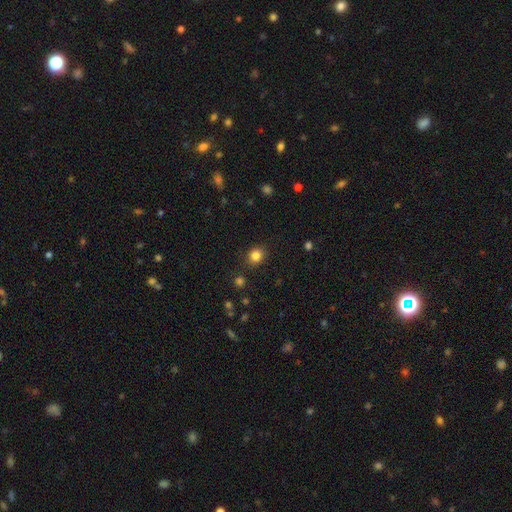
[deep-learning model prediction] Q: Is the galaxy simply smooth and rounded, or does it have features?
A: smooth — 83%.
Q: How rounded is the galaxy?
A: round — 75%.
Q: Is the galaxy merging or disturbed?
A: none — 86%.